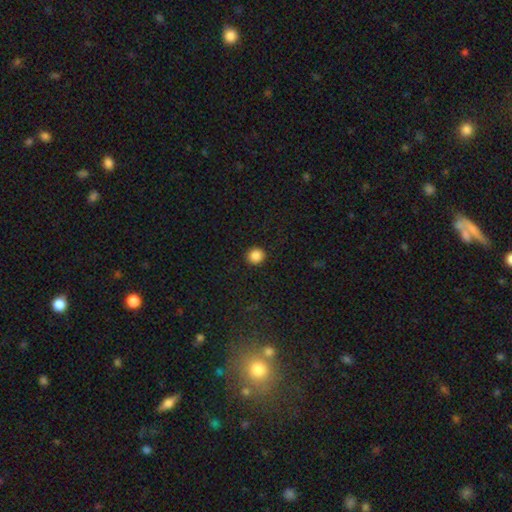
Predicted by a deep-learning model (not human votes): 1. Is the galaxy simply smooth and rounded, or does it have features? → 87% smooth, 10% star or artifact, 3% featured or disk.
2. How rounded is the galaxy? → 93% round, 6% in between, 1% cigar-shaped.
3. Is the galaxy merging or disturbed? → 92% none, 5% minor disturbance, 2% major disturbance, 1% merger.